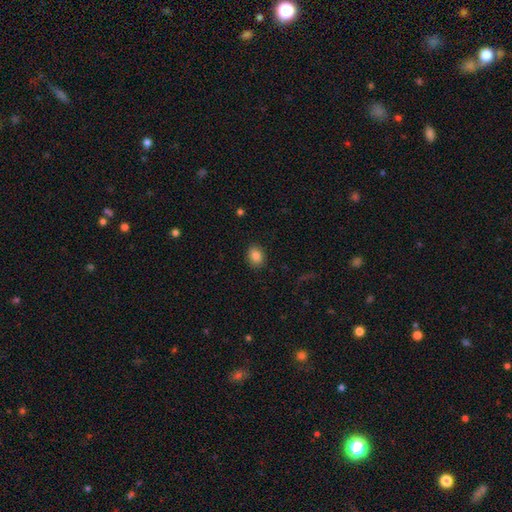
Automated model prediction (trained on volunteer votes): Smooth or featured?
  - smooth: 86% *
  - star or artifact: 9%
  - featured or disk: 5%
How rounded?
  - in between: 59% *
  - round: 40%
  - cigar-shaped: 1%
Merging?
  - none: 88% *
  - minor disturbance: 8%
  - major disturbance: 2%
  - merger: 1%